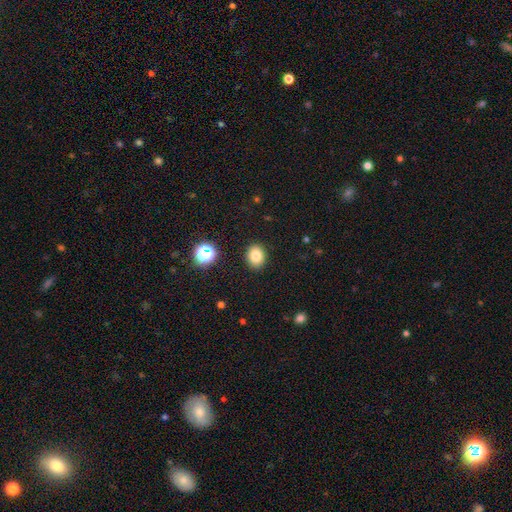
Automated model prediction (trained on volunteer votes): This is clearly a smooth galaxy (81%). How rounded: possibly round (54%). Merging: clearly none (89%).